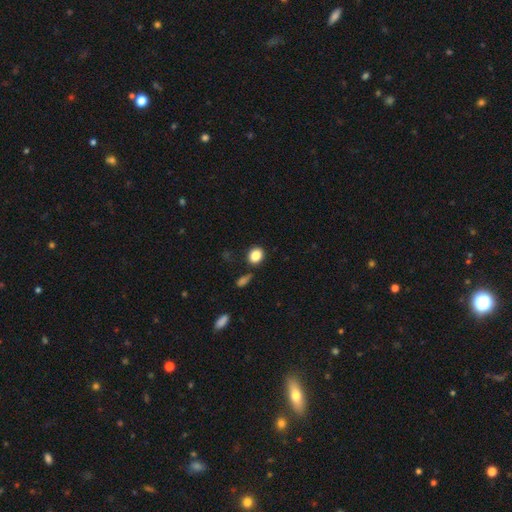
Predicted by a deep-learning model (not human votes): A smooth galaxy with no disk features (85%) that is round (65%). Merging: none (78%).